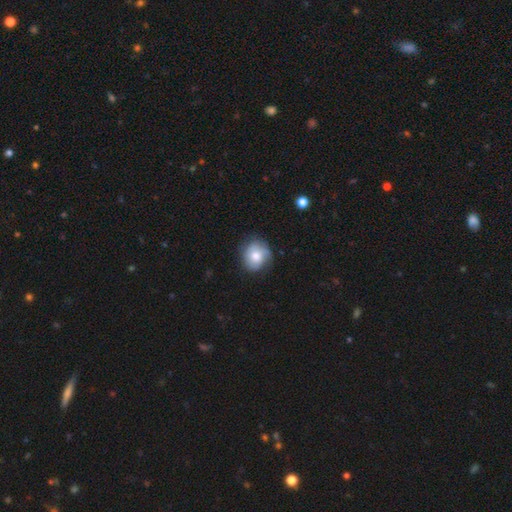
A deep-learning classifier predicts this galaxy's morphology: smooth 61%, featured or disk 31%, star or artifact 7%. Down the decision tree: how rounded — round (76%); merging — none (70%).